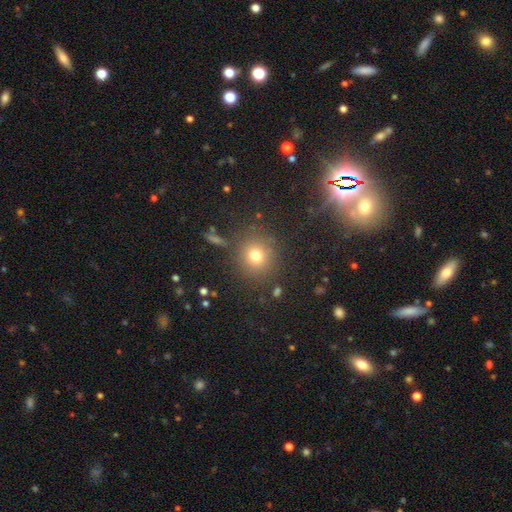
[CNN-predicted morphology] This appears to be a smooth galaxy with no disk features (74%) that is round (88%). Merging: none (85%).